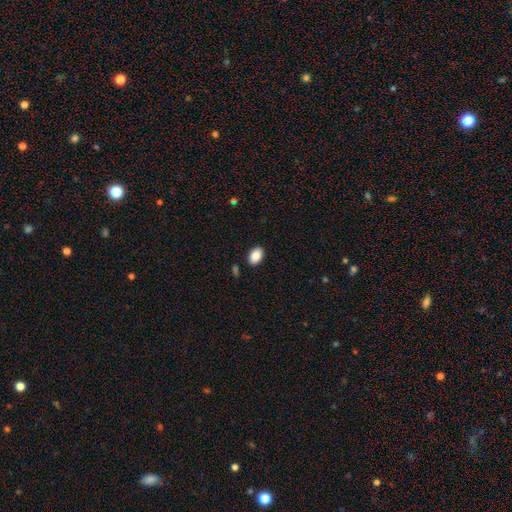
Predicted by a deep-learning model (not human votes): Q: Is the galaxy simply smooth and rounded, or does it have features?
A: smooth — 87%.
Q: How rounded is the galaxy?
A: in between — 87%.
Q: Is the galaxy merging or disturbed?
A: none — 89%.